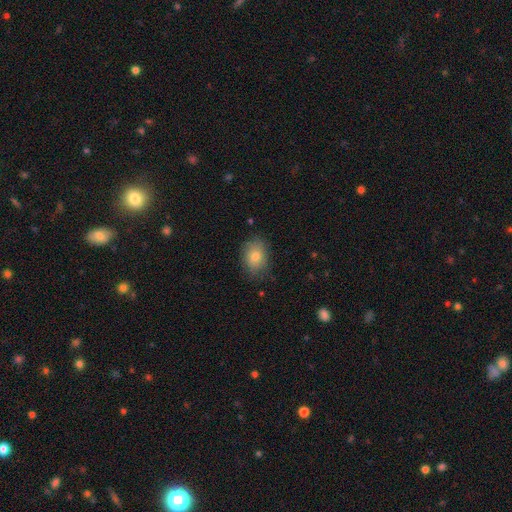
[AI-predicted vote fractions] Morphology: type=smooth (75%); roundness=in between (62%); merging=none (78%).